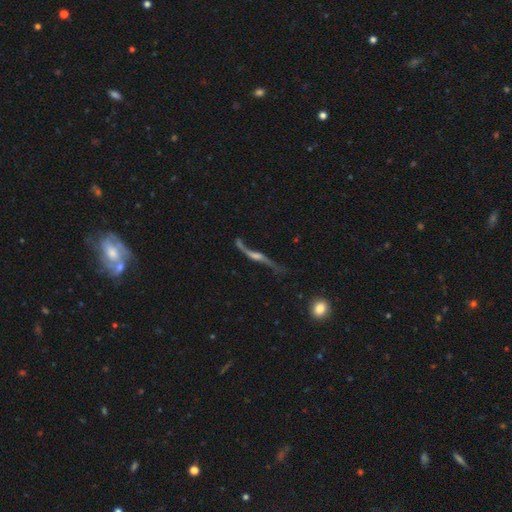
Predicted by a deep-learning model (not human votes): A featured or disk galaxy (80%).

Vote fractions:
- Smooth or featured? featured or disk: 80% / smooth: 12% / star or artifact: 8%
- Edge-on disk? no: 57% / yes: 43%
- Merging? none: 49% / major disturbance: 22% / minor disturbance: 19% / merger: 10%